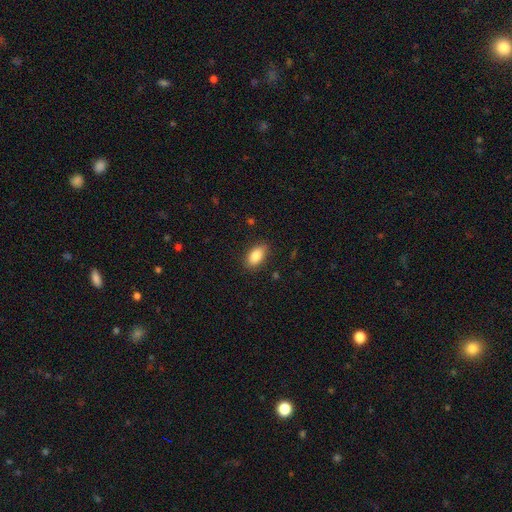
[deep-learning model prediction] Overall: smooth (85%). How rounded: in between (91%). Merging: none (86%).